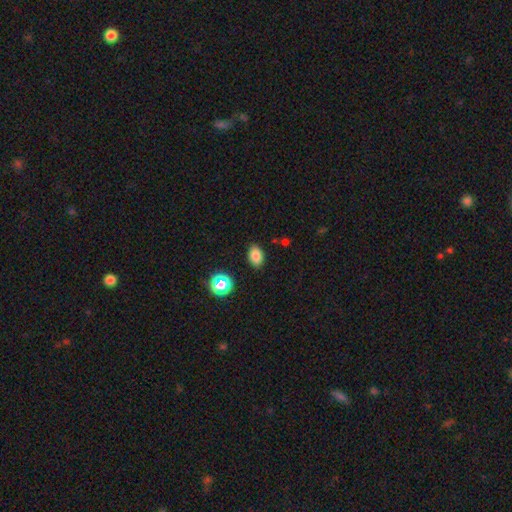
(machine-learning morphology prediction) smooth_or_featured: smooth (p=0.81) [alt: star or artifact p=0.13]
how_rounded: in between (p=0.83) [alt: round p=0.16]
merging: none (p=0.86) [alt: minor disturbance p=0.10]